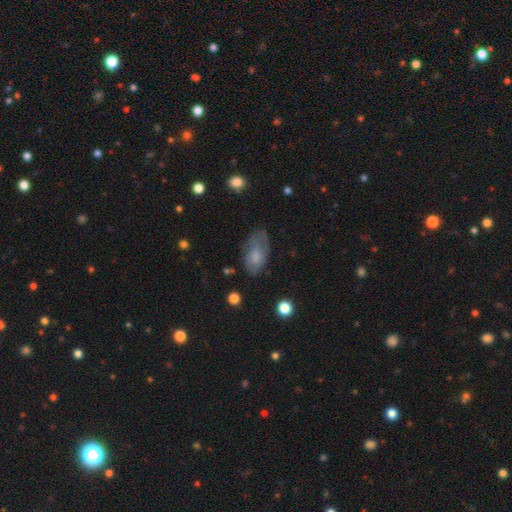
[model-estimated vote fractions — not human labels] Smooth or featured: smooth — 63% (featured or disk — 29%)
How rounded: in between — 92% (round — 4%)
Merging: none — 57% (minor disturbance — 28%)